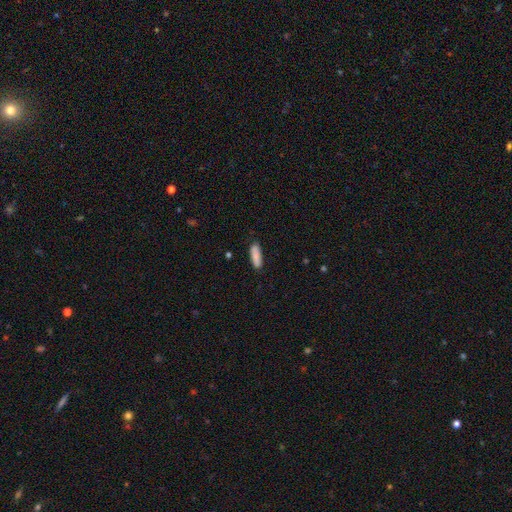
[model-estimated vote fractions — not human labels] Q: Smooth or featured?
A: smooth (86%); runner-up: featured or disk (8%)
Q: How rounded?
A: cigar-shaped (51%); runner-up: in between (48%)
Q: Merging?
A: none (85%); runner-up: minor disturbance (12%)